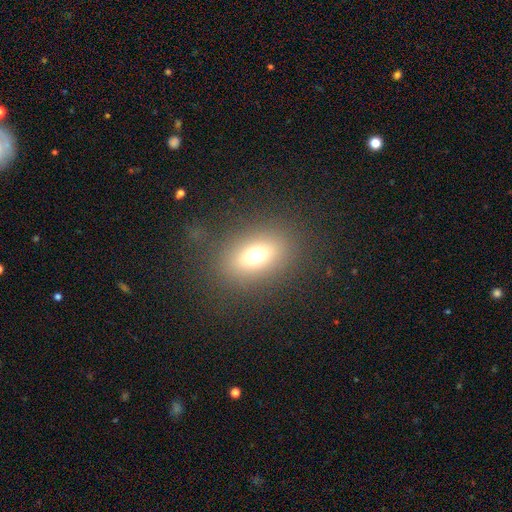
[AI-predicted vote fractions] Smooth or featured? Predicted: smooth (p=0.68). How rounded? Predicted: in between (p=0.69). Merging? Predicted: none (p=0.83).